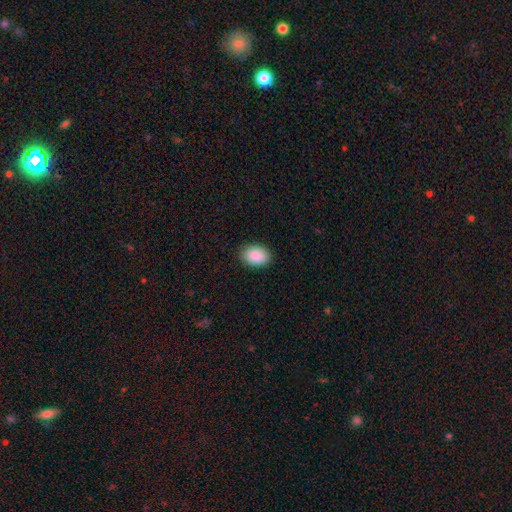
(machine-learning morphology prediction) Q: Smooth or featured?
A: smooth (90%); runner-up: star or artifact (7%)
Q: How rounded?
A: in between (83%); runner-up: round (16%)
Q: Merging?
A: none (87%); runner-up: minor disturbance (10%)